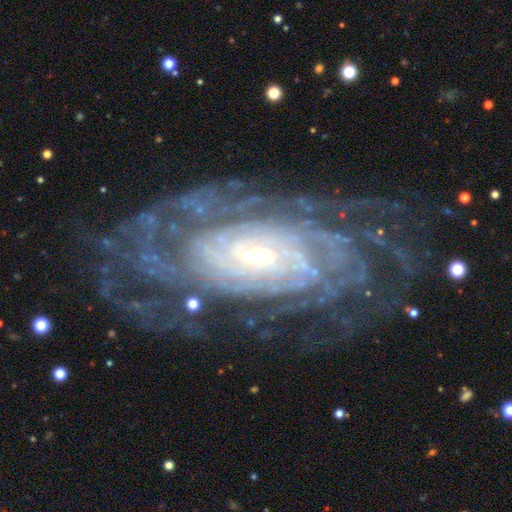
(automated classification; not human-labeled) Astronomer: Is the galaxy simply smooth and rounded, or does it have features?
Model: featured or disk — 90%.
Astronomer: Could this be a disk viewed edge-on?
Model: no — 95%.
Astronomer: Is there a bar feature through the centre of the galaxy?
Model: no — 48% (runner-up: weak, 37%).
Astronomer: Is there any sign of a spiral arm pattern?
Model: yes — 97%.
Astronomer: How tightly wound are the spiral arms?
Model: tight — 80%.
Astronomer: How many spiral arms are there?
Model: can't tell — 32% (runner-up: more than 4, 23%).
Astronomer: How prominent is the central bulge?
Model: small — 60%.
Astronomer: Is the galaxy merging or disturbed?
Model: none — 75%.